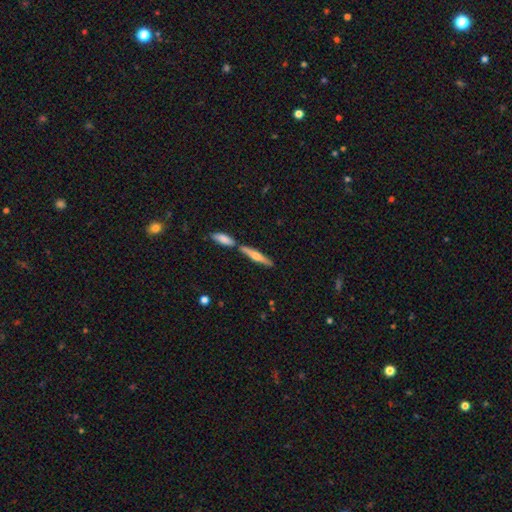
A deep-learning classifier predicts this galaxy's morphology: Smooth or featured? featured or disk (51%)
Edge-on disk? yes (94%)
Merging? none (70%)